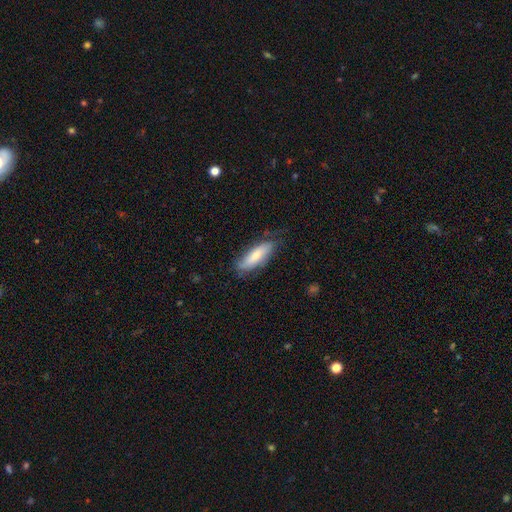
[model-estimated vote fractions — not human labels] This appears to be a smooth galaxy with no disk features (69%) that is in between round and cigar-shaped (51%). Merging: none (70%).